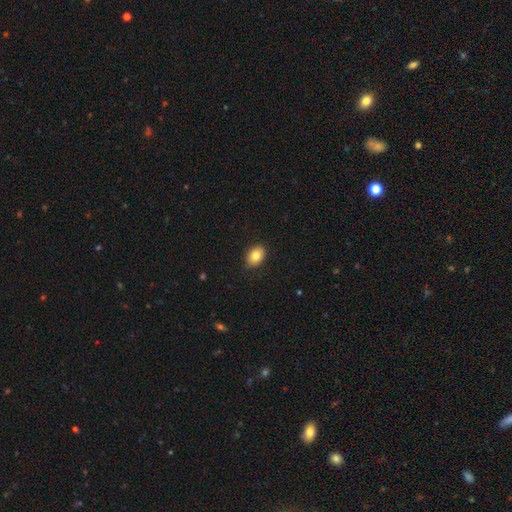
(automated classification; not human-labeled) Q: Smooth or featured?
A: smooth (82%); runner-up: featured or disk (9%)
Q: How rounded?
A: in between (75%); runner-up: round (24%)
Q: Merging?
A: none (89%); runner-up: minor disturbance (9%)